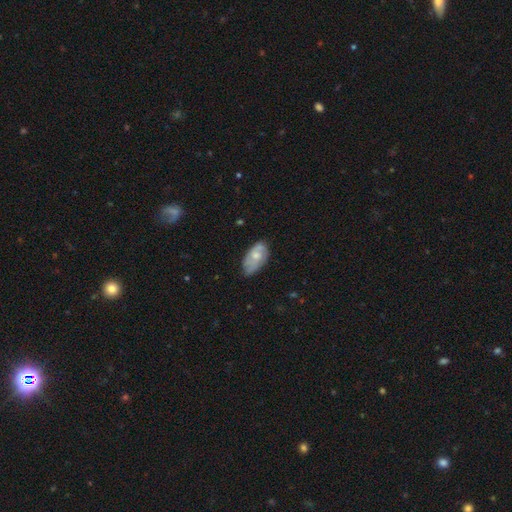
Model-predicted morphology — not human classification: type=smooth (51%); roundness=in between (93%); merging=none (57%).